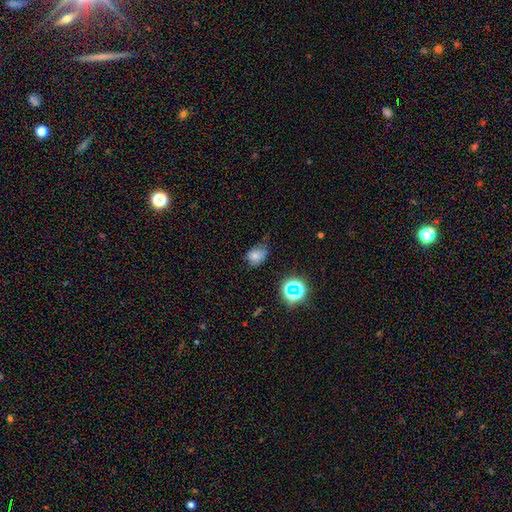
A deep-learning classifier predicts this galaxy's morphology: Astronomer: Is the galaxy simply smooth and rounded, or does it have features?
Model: smooth — 71%.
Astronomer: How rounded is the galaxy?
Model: in between — 60% (runner-up: round, 39%).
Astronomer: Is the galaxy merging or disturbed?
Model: none — 48% (runner-up: minor disturbance, 38%).